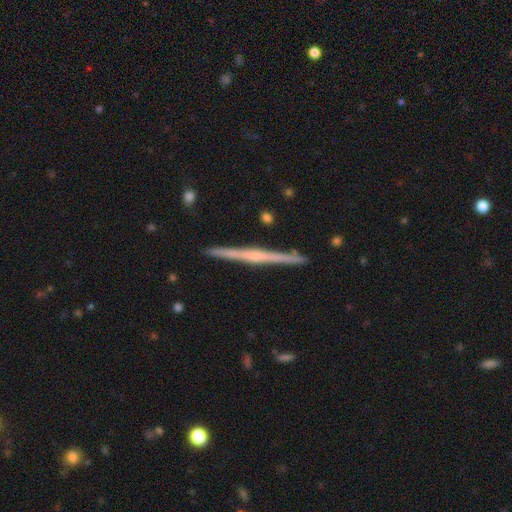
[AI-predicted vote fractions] Smooth or featured? Predicted: featured or disk (p=0.74). Edge-on disk? Predicted: yes (p=0.98). Edge-on bulge? Predicted: rounded (p=0.44). Merging? Predicted: none (p=0.92).